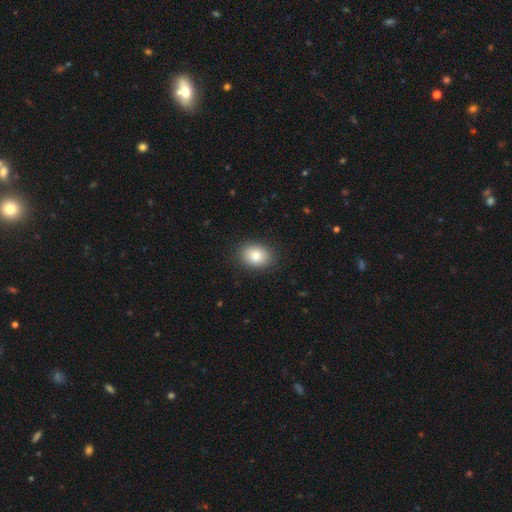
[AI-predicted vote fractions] Morphology: type=smooth (85%); roundness=in between (70%); merging=none (88%).